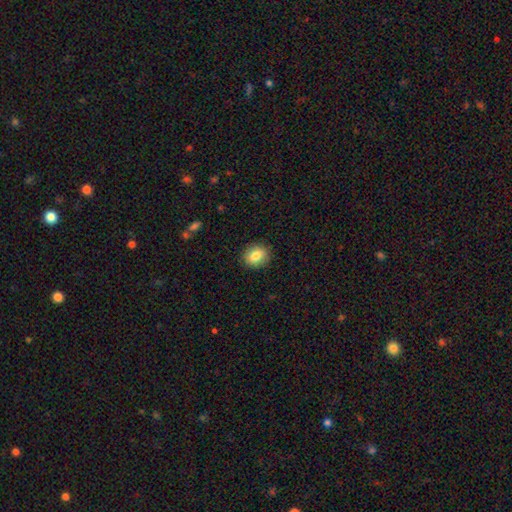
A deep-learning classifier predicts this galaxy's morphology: smooth-or-featured: smooth: 83% | star or artifact: 9% | featured or disk: 8%
  how-rounded: round: 63% | in between: 36% | cigar-shaped: 1%
  merging: none: 89% | minor disturbance: 8% | major disturbance: 2% | merger: 1%